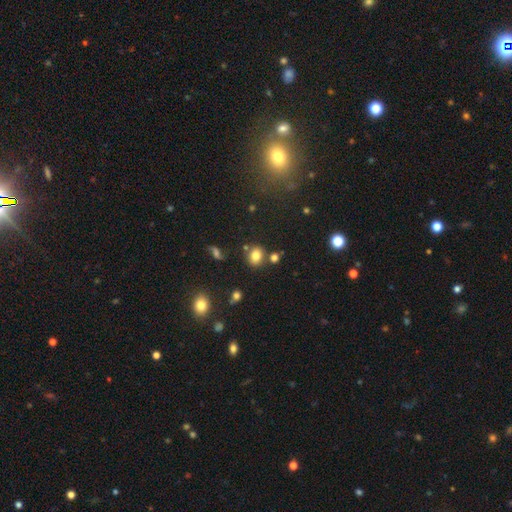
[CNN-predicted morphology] Overall: smooth (80%). How rounded: round (53%; in between 46%). Merging: none (75%).